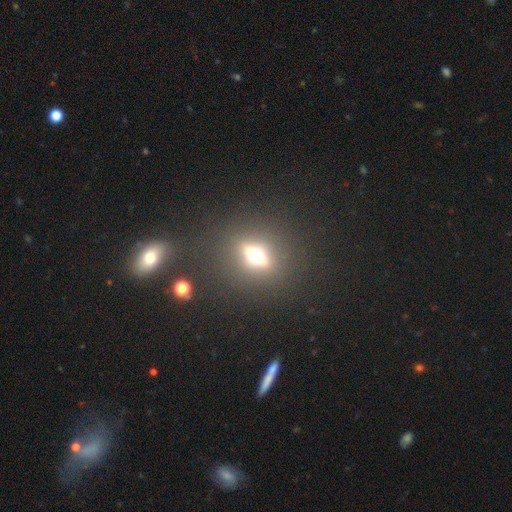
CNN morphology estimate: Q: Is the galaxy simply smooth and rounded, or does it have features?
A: smooth — 46%.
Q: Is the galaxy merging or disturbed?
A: none — 84%.